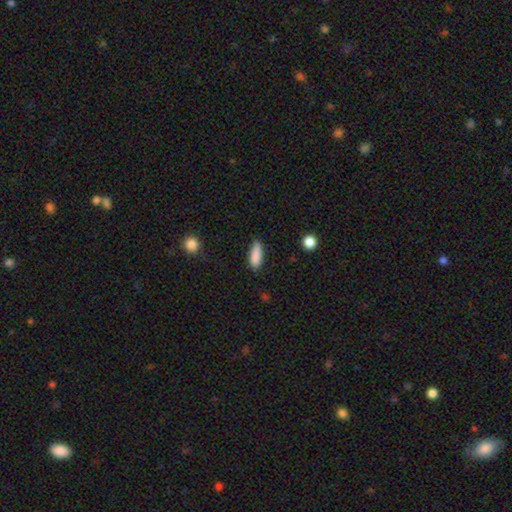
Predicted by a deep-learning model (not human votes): The model was most divided on "how rounded": in between: 60%, cigar-shaped: 37%, round: 2%. More confident: smooth or featured — smooth (87%); merging — none (78%).